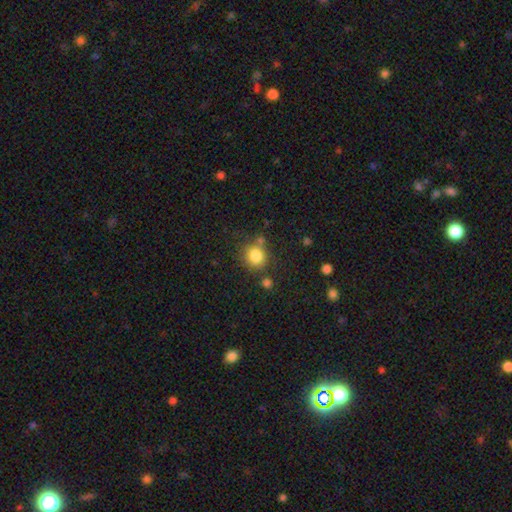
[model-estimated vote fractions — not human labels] Smooth or featured?
  - smooth: 83% *
  - star or artifact: 11%
  - featured or disk: 6%
How rounded?
  - round: 81% *
  - in between: 18%
  - cigar-shaped: 1%
Merging?
  - none: 71% *
  - minor disturbance: 14%
  - merger: 11%
  - major disturbance: 5%